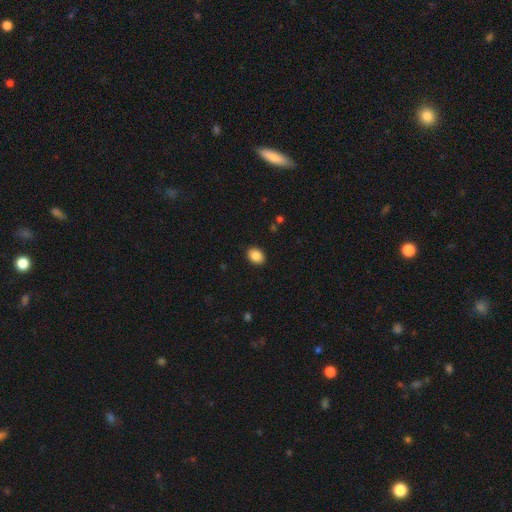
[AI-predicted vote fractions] smooth_or_featured: smooth (p=0.87) [alt: star or artifact p=0.08]
how_rounded: in between (p=0.72) [alt: round p=0.27]
merging: none (p=0.90) [alt: minor disturbance p=0.07]